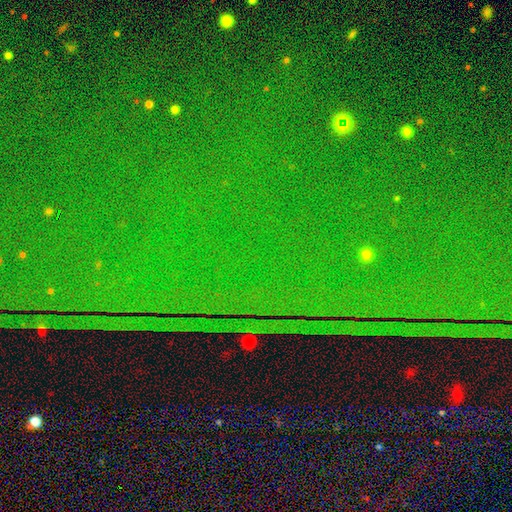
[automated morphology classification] Smooth or featured? Predicted: star or artifact (p=0.85).